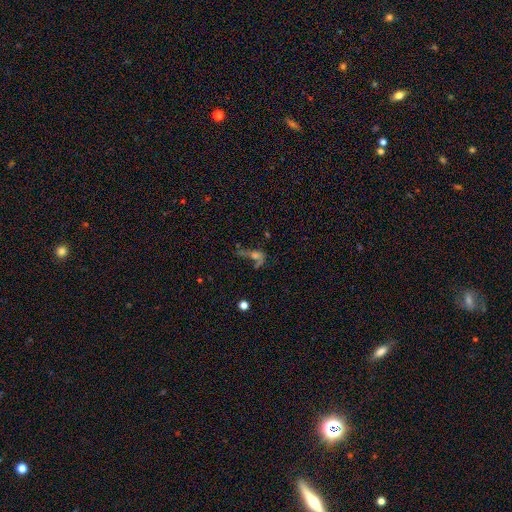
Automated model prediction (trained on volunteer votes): A featured or disk galaxy (43%).

Vote fractions:
- Smooth or featured? featured or disk: 43% / smooth: 30% / star or artifact: 26%
- Merging? major disturbance: 38% / none: 28% / merger: 21% / minor disturbance: 13%